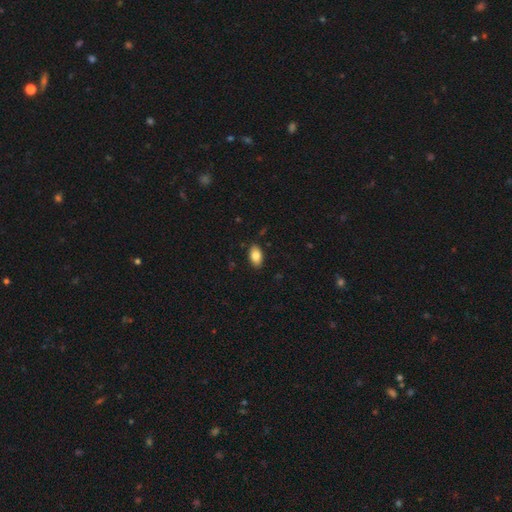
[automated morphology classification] Smooth or featured?
  - smooth: 84% *
  - featured or disk: 8%
  - star or artifact: 8%
How rounded?
  - in between: 92% *
  - round: 6%
  - cigar-shaped: 2%
Merging?
  - none: 88% *
  - minor disturbance: 9%
  - major disturbance: 2%
  - merger: 1%